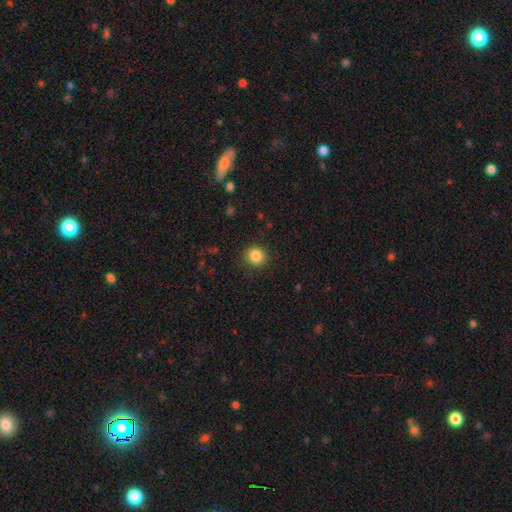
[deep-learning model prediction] Q: Smooth or featured?
A: smooth (85%); runner-up: star or artifact (11%)
Q: How rounded?
A: round (88%); runner-up: in between (11%)
Q: Merging?
A: none (88%); runner-up: minor disturbance (8%)